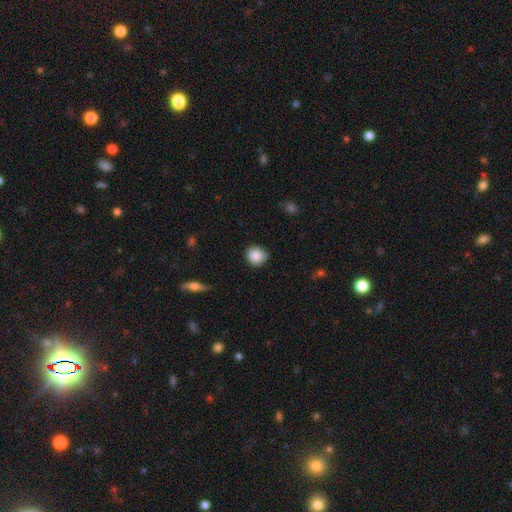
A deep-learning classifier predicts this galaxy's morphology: The model was most divided on "merging": none: 83%, minor disturbance: 13%, major disturbance: 2%, merger: 1%. More confident: how rounded — round (89%); smooth or featured — smooth (86%).